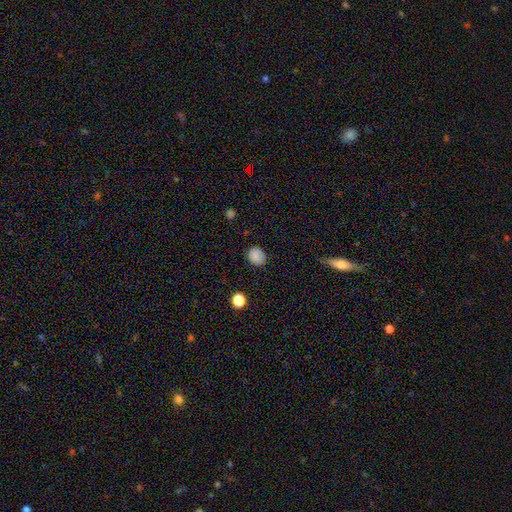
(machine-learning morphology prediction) Smooth or featured: smooth — 86% (star or artifact — 11%)
How rounded: round — 64% (in between — 35%)
Merging: none — 83% (minor disturbance — 13%)